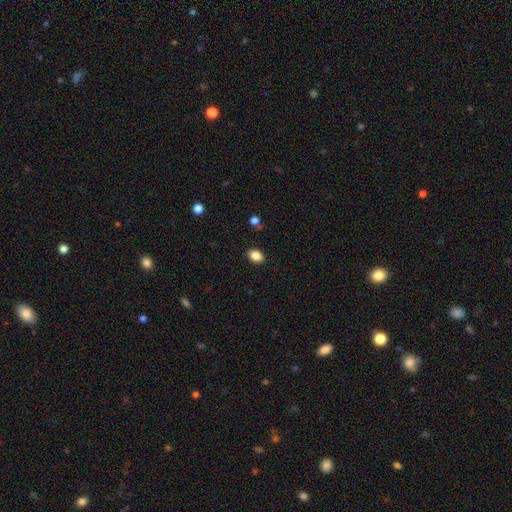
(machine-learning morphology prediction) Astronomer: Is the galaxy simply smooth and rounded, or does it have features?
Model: smooth — 86%.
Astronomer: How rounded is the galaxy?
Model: in between — 78%.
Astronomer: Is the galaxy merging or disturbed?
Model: none — 88%.